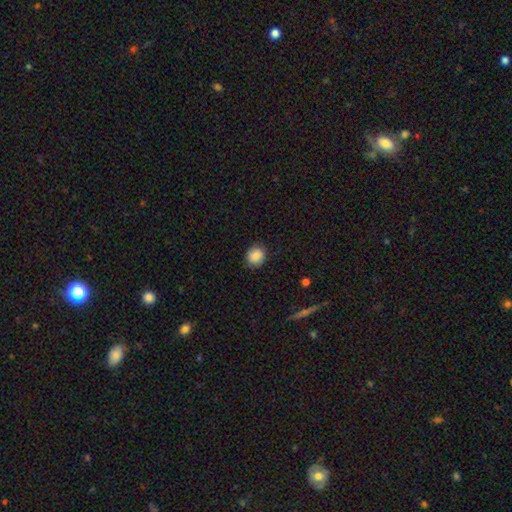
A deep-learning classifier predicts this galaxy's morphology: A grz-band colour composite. It shows a smooth galaxy with no disk features (87%) that is round (74%). Merging: none (87%).